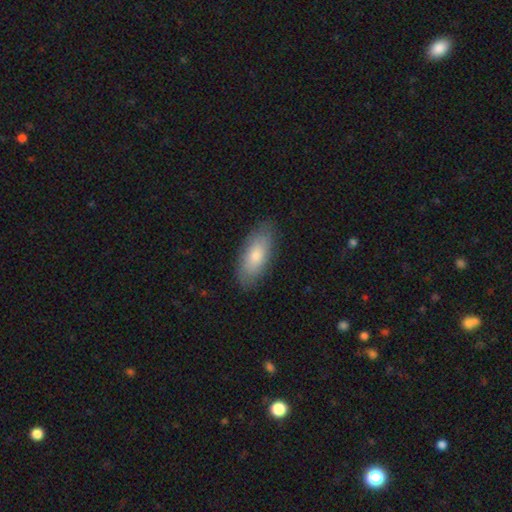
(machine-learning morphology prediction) smooth-or-featured: smooth: 76% | featured or disk: 18% | star or artifact: 6%
  how-rounded: in between: 84% | cigar-shaped: 14% | round: 2%
  merging: none: 83% | minor disturbance: 13% | major disturbance: 3% | merger: 1%